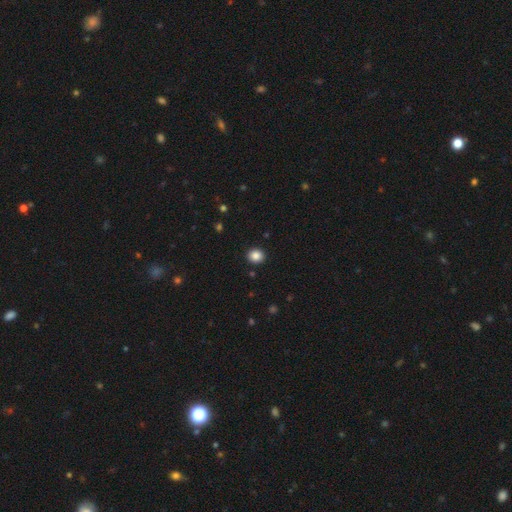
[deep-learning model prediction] This appears to be a smooth galaxy with no disk features (86%) that is round (79%). Merging: none (92%).